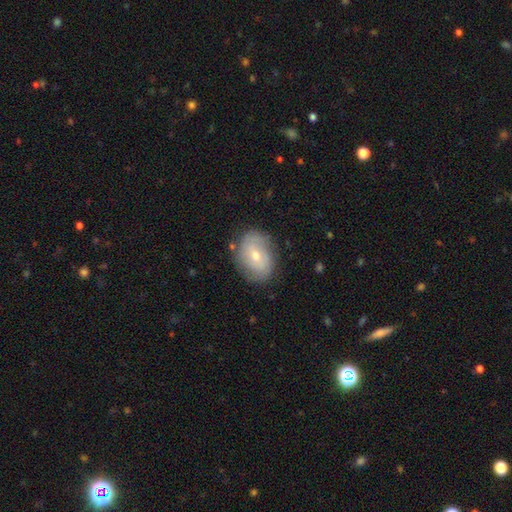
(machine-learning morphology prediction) This appears to be a featured or disk galaxy (50%). Merging: none (78%).